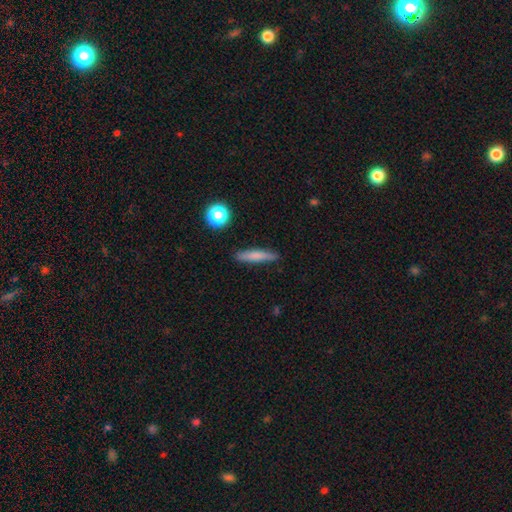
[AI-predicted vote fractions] smooth 74%, featured or disk 19%, star or artifact 8%. Down the decision tree: how rounded — cigar-shaped (88%); merging — none (87%).